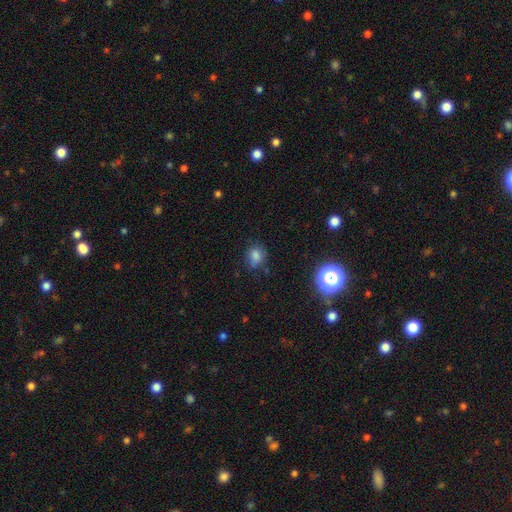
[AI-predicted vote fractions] Smooth or featured: smooth — 76% (star or artifact — 16%)
How rounded: round — 56% (in between — 43%)
Merging: none — 64% (minor disturbance — 25%)